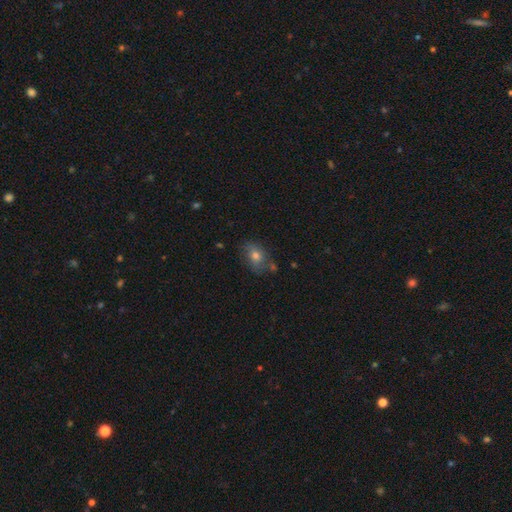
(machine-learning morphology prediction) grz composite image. It shows a smooth galaxy with no disk features (67%) that is in between round and cigar-shaped (68%). Merging: none (69%).